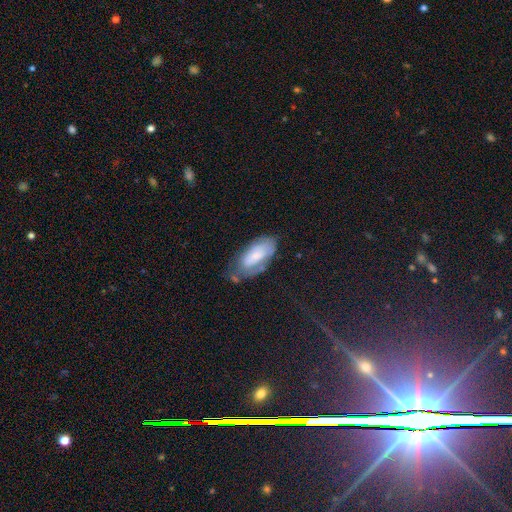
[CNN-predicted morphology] This appears to be a smooth galaxy with no disk features (50%). Merging: none (49%).